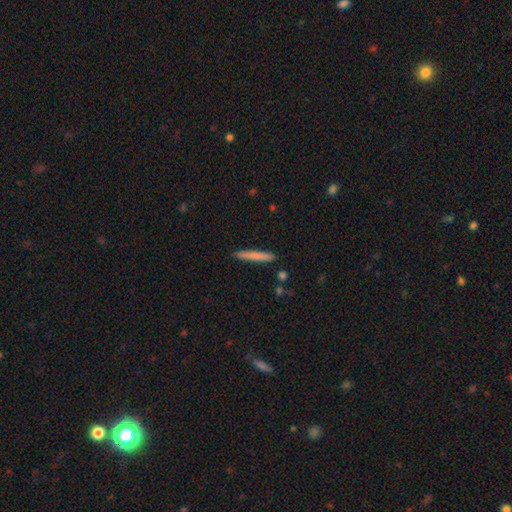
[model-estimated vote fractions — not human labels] Overall: smooth (75%). How rounded: cigar-shaped (96%). Merging: none (90%).